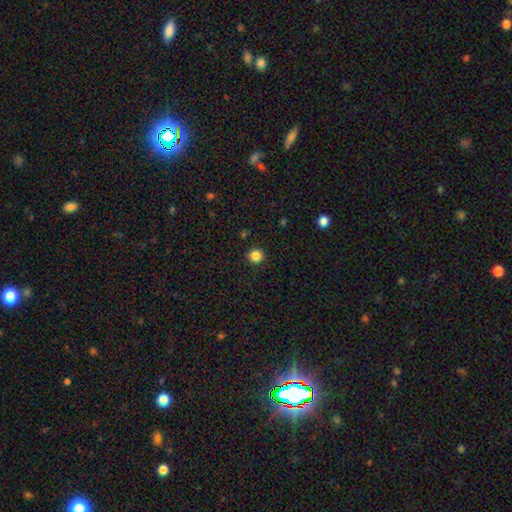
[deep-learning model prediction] Smooth or featured?
  - smooth: 84% *
  - star or artifact: 12%
  - featured or disk: 4%
How rounded?
  - round: 93% *
  - in between: 7%
  - cigar-shaped: 1%
Merging?
  - none: 92% *
  - minor disturbance: 5%
  - major disturbance: 2%
  - merger: 1%